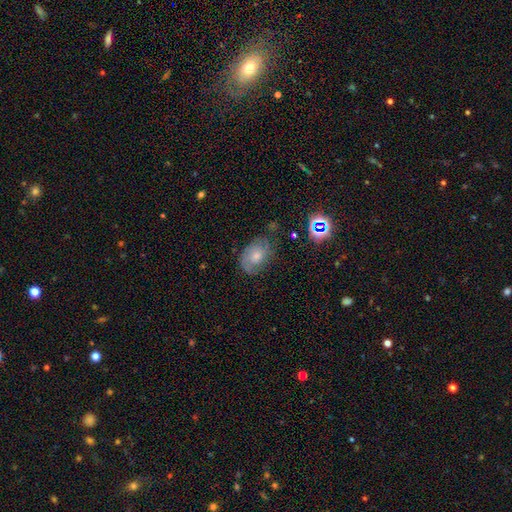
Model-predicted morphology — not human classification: Smooth or featured: featured or disk — 47% (smooth — 40%)
Merging: none — 59% (minor disturbance — 27%)